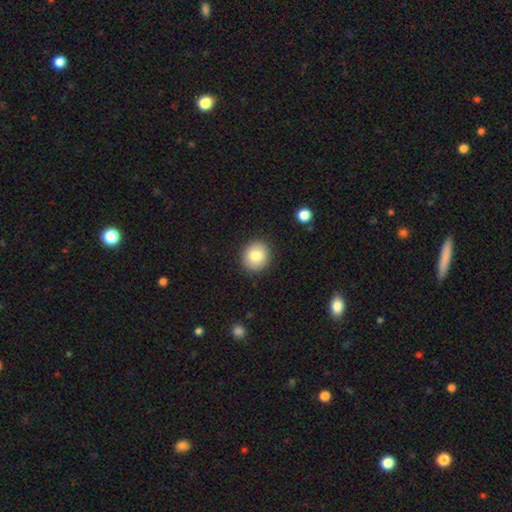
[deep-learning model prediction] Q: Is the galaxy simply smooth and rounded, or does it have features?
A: smooth — 81%.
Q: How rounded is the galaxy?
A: round — 82%.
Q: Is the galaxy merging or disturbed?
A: none — 90%.